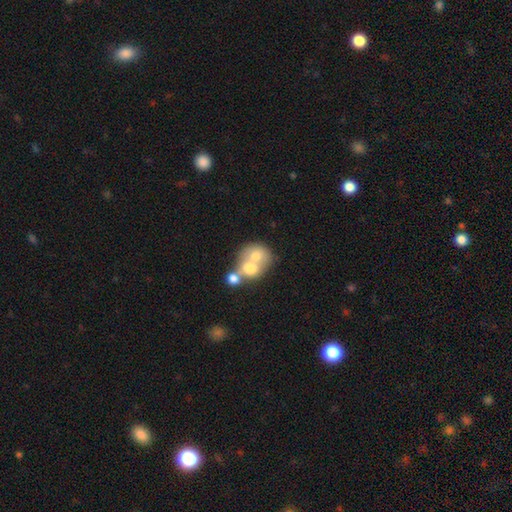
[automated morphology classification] The model was most divided on "how rounded": round: 65%, in between: 34%, cigar-shaped: 1%. More confident: merging — merger (69%); smooth or featured — smooth (63%).